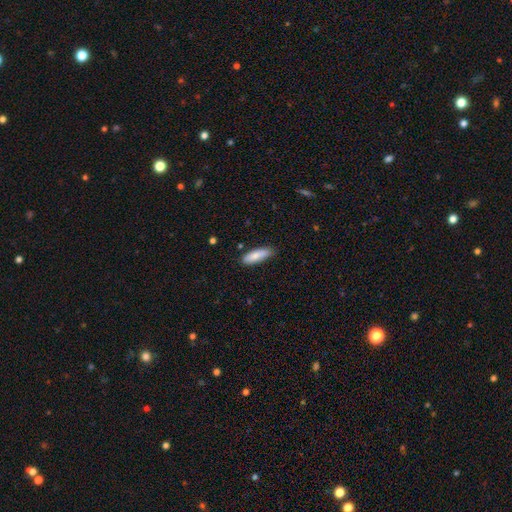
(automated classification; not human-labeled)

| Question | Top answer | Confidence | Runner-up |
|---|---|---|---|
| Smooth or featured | smooth | 83% | featured or disk (11%) |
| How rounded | in between | 54% | cigar-shaped (44%) |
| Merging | none | 78% | minor disturbance (17%) |